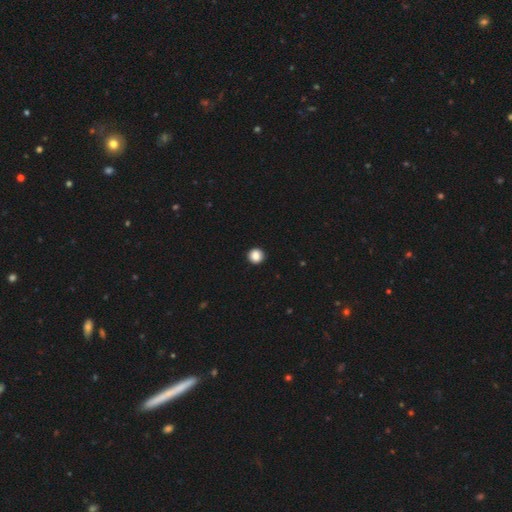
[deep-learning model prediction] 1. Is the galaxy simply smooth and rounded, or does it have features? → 87% smooth, 10% star or artifact, 3% featured or disk.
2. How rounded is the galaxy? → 94% round, 5% in between, 1% cigar-shaped.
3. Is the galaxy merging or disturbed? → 93% none, 4% minor disturbance, 1% major disturbance, 1% merger.